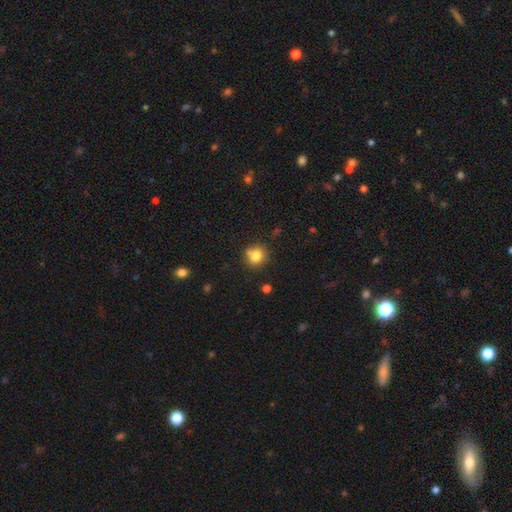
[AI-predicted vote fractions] Q: Smooth or featured?
A: smooth (79%); runner-up: star or artifact (12%)
Q: How rounded?
A: round (87%); runner-up: in between (12%)
Q: Merging?
A: none (72%); runner-up: minor disturbance (13%)